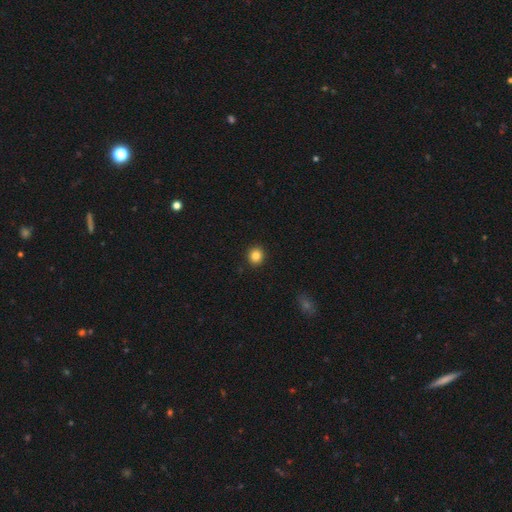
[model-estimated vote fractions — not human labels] smooth-or-featured: smooth: 84% | star or artifact: 11% | featured or disk: 5%
  how-rounded: round: 86% | in between: 13% | cigar-shaped: 1%
  merging: none: 92% | minor disturbance: 5% | major disturbance: 2% | merger: 1%